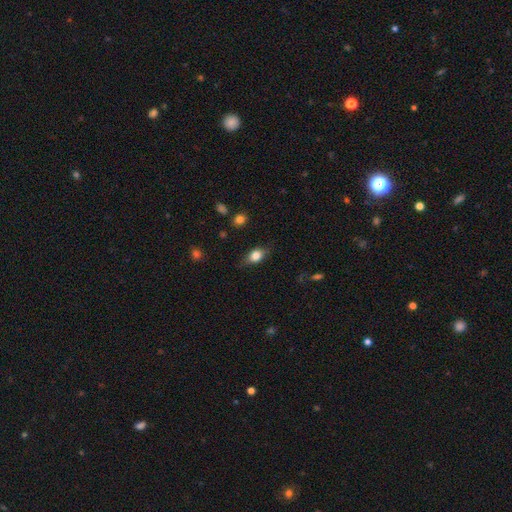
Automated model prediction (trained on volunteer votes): A smooth galaxy with no disk features (78%) that is in between round and cigar-shaped (80%).

Vote fractions:
- Smooth or featured? smooth: 78% / featured or disk: 14% / star or artifact: 8%
- How rounded? in between: 80% / round: 15% / cigar-shaped: 5%
- Merging? none: 77% / minor disturbance: 18% / major disturbance: 4% / merger: 1%